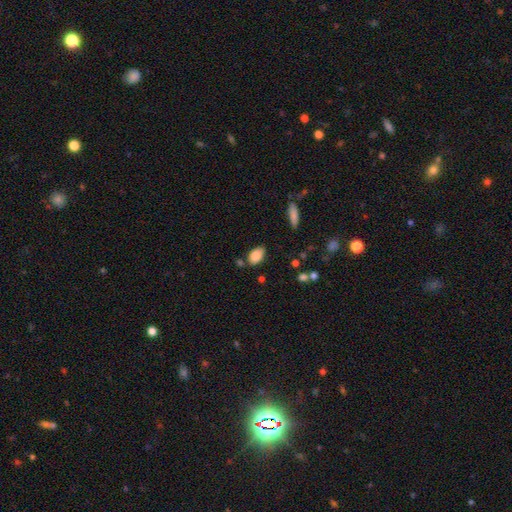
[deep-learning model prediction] Smooth or featured? smooth (86%)
How rounded? in between (90%)
Merging? none (71%)